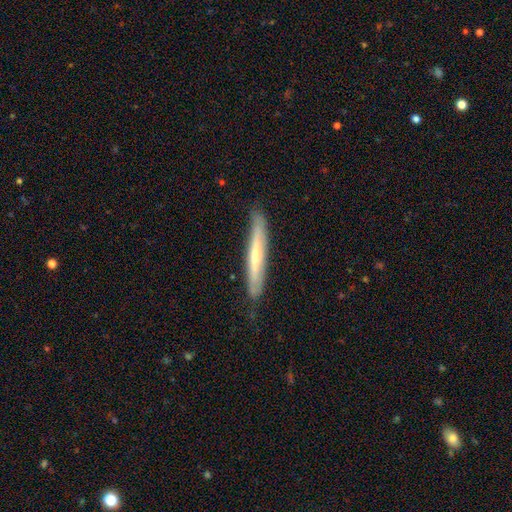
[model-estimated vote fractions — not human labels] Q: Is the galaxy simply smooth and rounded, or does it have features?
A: featured or disk — 49%.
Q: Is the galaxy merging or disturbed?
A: none — 80%.